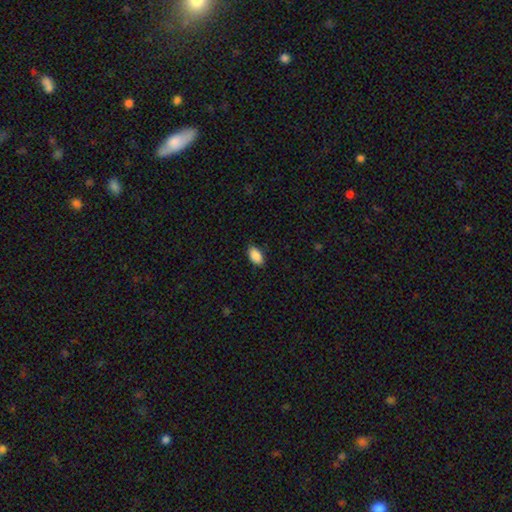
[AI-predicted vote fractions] Morphology: type=smooth (89%); roundness=in between (94%); merging=none (87%).